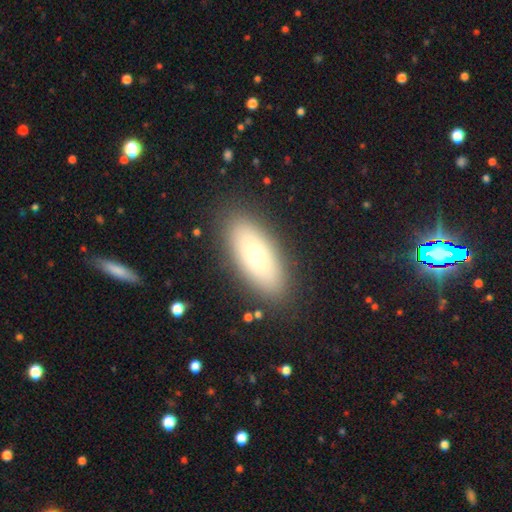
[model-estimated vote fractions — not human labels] smooth 67%, featured or disk 24%, star or artifact 9%. Down the decision tree: how rounded — in between (80%); merging — none (87%).